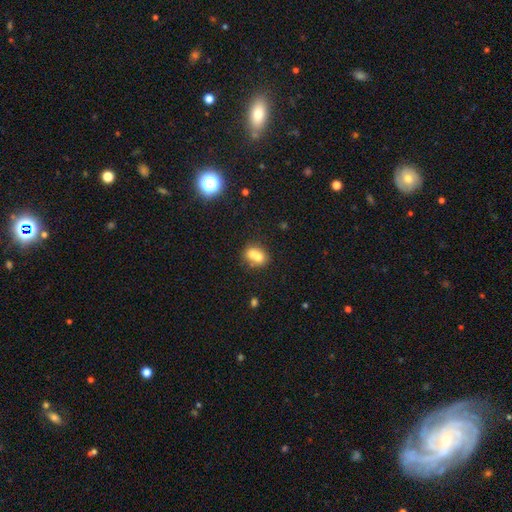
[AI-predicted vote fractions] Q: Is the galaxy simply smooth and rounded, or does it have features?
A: smooth — 65%.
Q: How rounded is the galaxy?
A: round — 60%.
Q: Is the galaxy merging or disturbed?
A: merger — 67%.